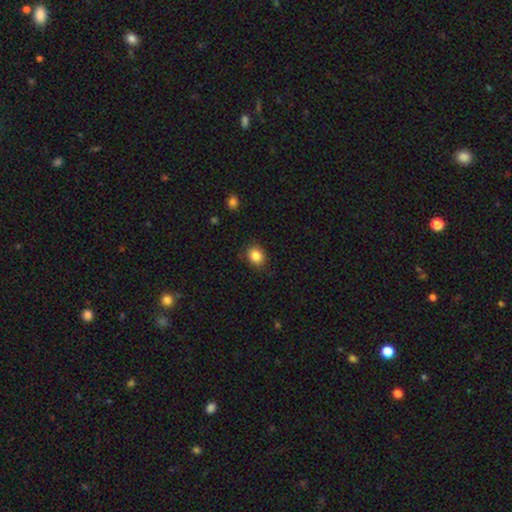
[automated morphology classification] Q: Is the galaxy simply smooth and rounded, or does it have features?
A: smooth — 85%.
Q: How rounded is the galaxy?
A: round — 67%.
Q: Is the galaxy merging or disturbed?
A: none — 86%.